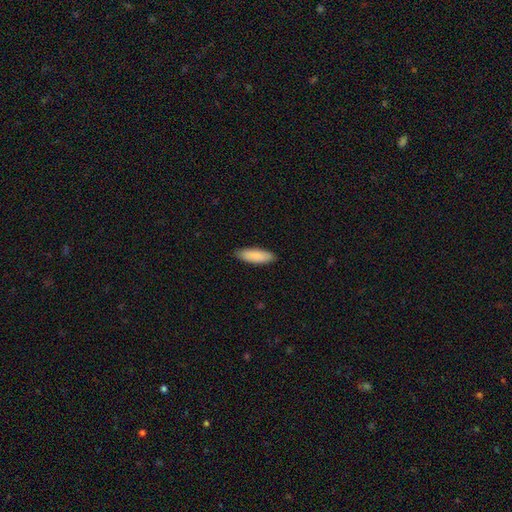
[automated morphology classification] Overall: smooth (88%). How rounded: in between (58%; cigar-shaped 40%). Merging: none (87%).